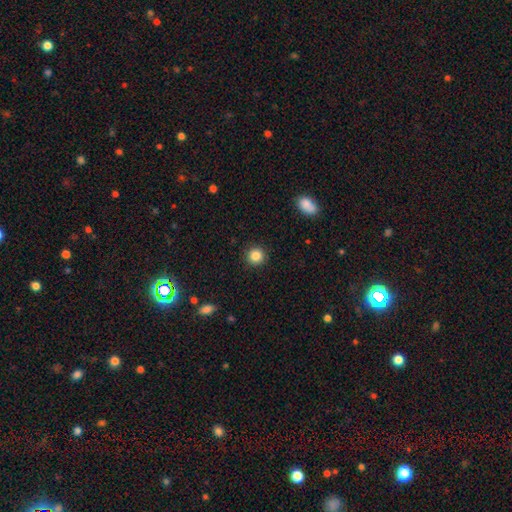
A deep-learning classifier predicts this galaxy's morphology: A smooth galaxy with no disk features (85%) that is round (94%). Merging: none (92%).